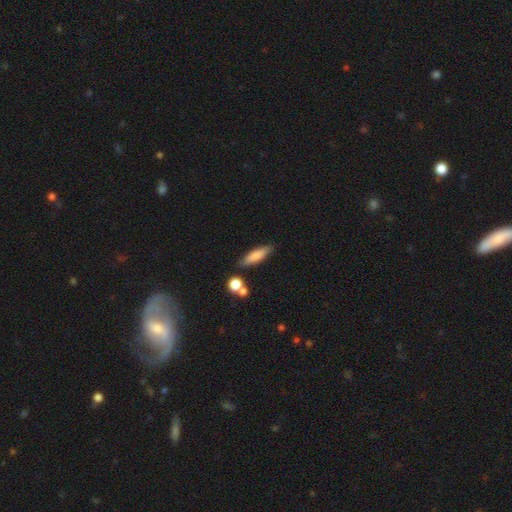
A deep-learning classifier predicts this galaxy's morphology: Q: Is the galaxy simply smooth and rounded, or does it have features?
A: smooth — 77%.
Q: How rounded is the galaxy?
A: cigar-shaped — 58%.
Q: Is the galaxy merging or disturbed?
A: none — 78%.